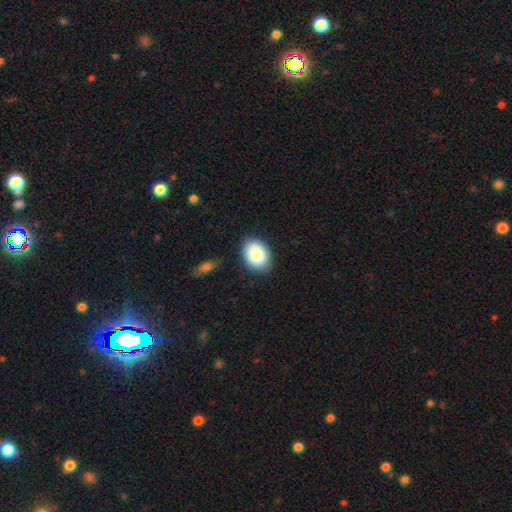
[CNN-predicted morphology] A smooth galaxy with no disk features (88%) that is in between round and cigar-shaped (76%). Merging: none (84%).